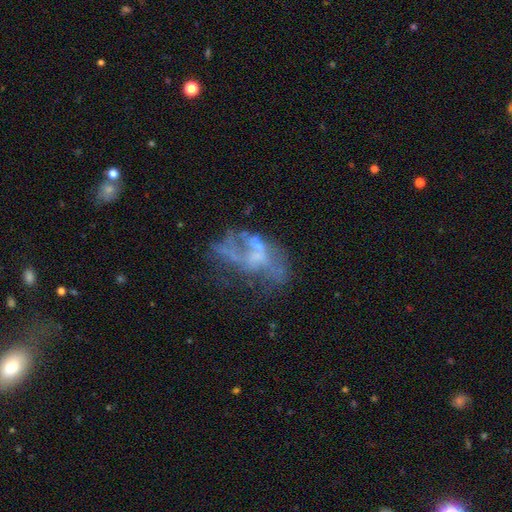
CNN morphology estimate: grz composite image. It shows a featured or disk galaxy (65%) with no bar (79%), no spiral arms (78%) and no central bulge (56%). Merging: major disturbance (36%).